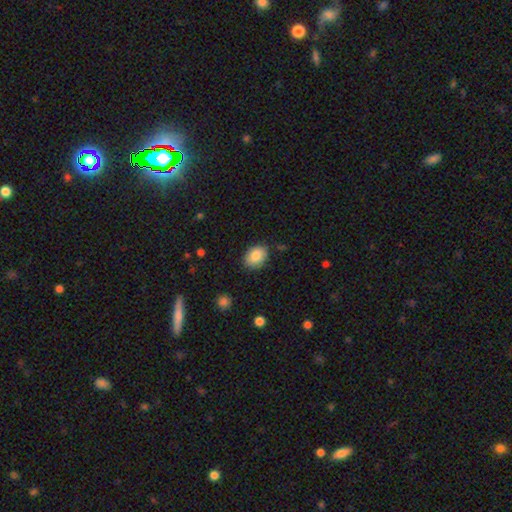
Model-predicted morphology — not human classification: smooth_or_featured: smooth (p=0.86) [alt: star or artifact p=0.07]
how_rounded: in between (p=0.74) [alt: round p=0.25]
merging: none (p=0.83) [alt: minor disturbance p=0.13]